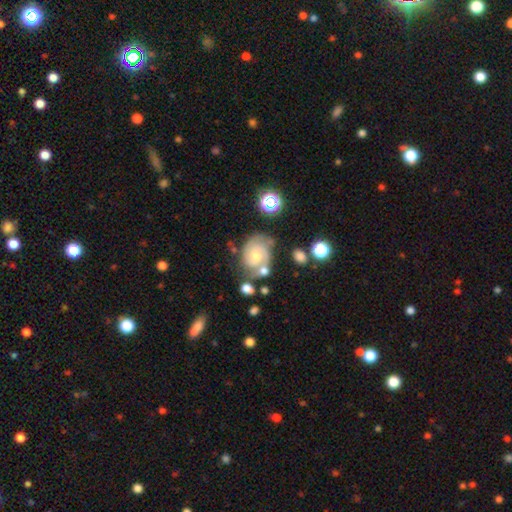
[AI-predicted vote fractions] Smooth or featured?
  - featured or disk: 79% *
  - smooth: 13%
  - star or artifact: 8%
Edge-on disk?
  - no: 97% *
  - yes: 3%
Bar?
  - no: 65% *
  - weak: 30%
  - strong: 5%
Spiral arms?
  - yes: 94% *
  - no: 6%
Spiral winding?
  - tight: 57% *
  - medium: 35%
  - loose: 8%
Spiral arm count?
  - 2: 57% *
  - can't tell: 18%
  - 3: 17%
  - 1: 4%
  - 4: 3%
  - more than 4: 2%
Bulge size?
  - moderate: 56% *
  - small: 38%
  - large: 3%
  - none: 2%
  - dominant: 1%
Merging?
  - none: 57% *
  - minor disturbance: 21%
  - merger: 12%
  - major disturbance: 10%